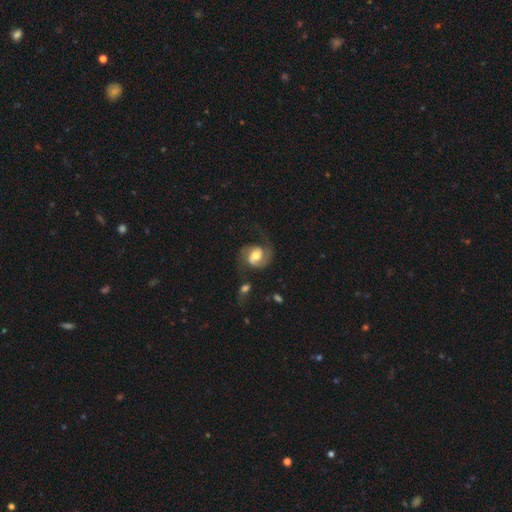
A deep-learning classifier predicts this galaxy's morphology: Smooth or featured?
  - featured or disk: 76% *
  - smooth: 18%
  - star or artifact: 6%
Edge-on disk?
  - no: 98% *
  - yes: 2%
Bar?
  - no: 48% *
  - weak: 40%
  - strong: 13%
Spiral arms?
  - yes: 93% *
  - no: 7%
Spiral winding?
  - medium: 48% *
  - loose: 30%
  - tight: 22%
Spiral arm count?
  - 2: 78% *
  - 1: 14%
  - can't tell: 4%
  - 3: 1%
  - 4: 1%
  - more than 4: 1%
Bulge size?
  - moderate: 65% *
  - large: 21%
  - small: 10%
  - dominant: 2%
  - none: 2%
Merging?
  - none: 53% *
  - major disturbance: 22%
  - minor disturbance: 20%
  - merger: 5%